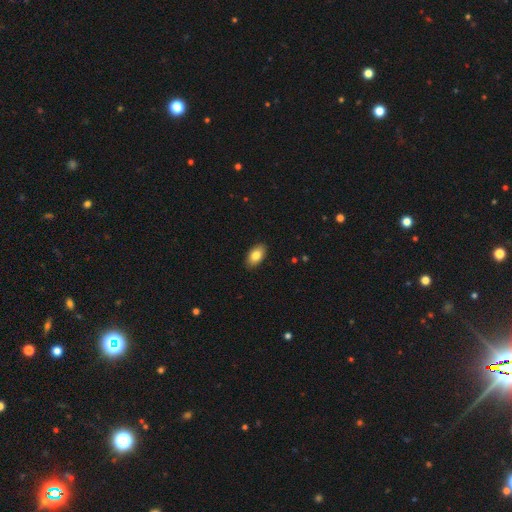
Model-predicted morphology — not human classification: smooth 82%, featured or disk 11%, star or artifact 7%. Down the decision tree: how rounded — in between (92%); merging — none (89%).